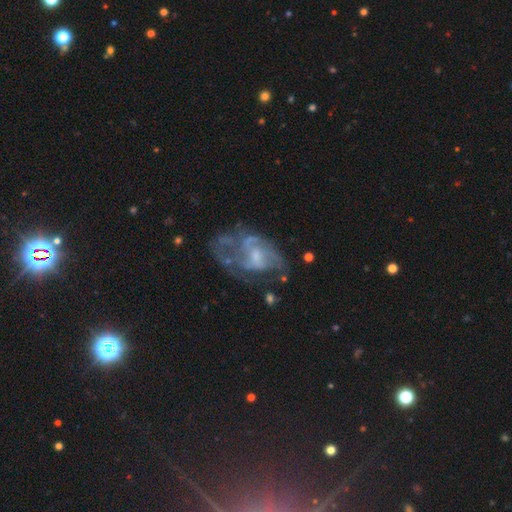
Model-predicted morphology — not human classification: Overall: featured or disk (77%). Edge-on disk: no (97%). Bar: no (53%; weak 40%). Spiral arms: yes (74%). Spiral arm count: 2 (36%; can't tell 34%). Spiral winding: medium (45%; loose 29%). Bulge size: small (44%; moderate 36%). Merging: none (39%; major disturbance 34%).